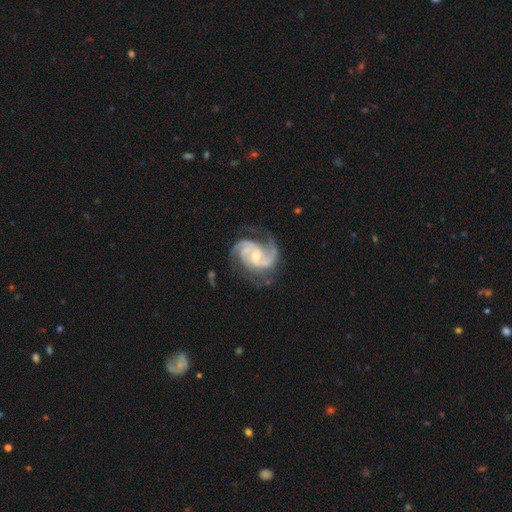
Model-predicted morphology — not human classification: type=featured or disk (92%); edge-on=no (98%); bar=no (54%); spiral arms=yes (98%); winding=medium (51%); arm count=2 (42%); bulge=small (47%, tied with moderate); merging=none (66%).